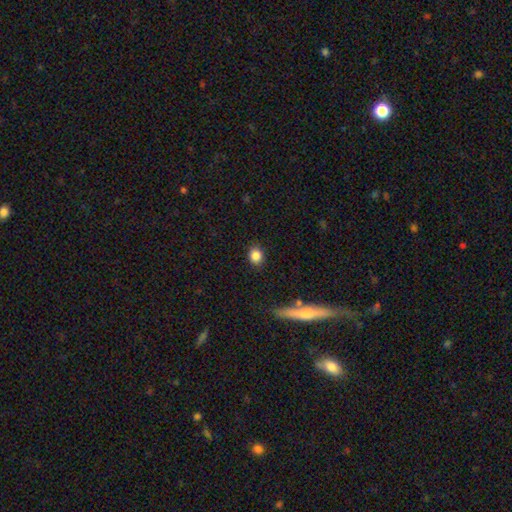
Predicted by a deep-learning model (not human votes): Smooth or featured? smooth (85%)
How rounded? round (65%)
Merging? none (88%)